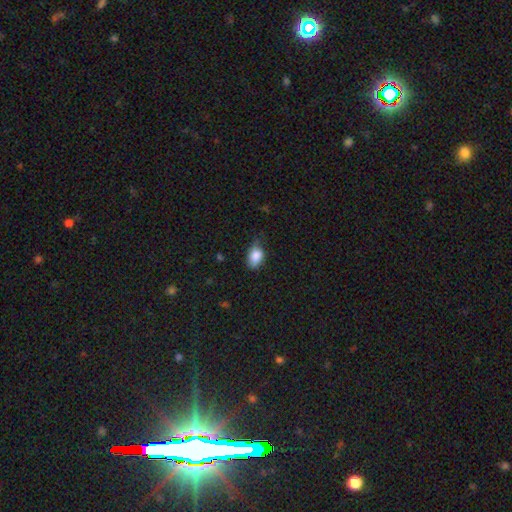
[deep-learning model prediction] Smooth or featured: smooth — 85% (star or artifact — 8%)
How rounded: in between — 84% (round — 14%)
Merging: none — 51% (minor disturbance — 38%)